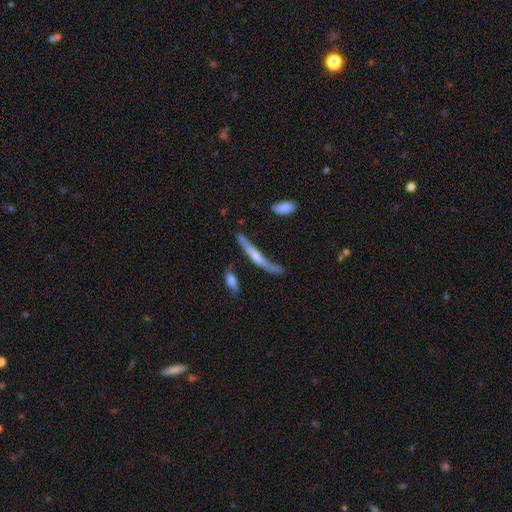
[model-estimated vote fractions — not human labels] Overall: featured or disk (57%; smooth 35%). Edge-on disk: yes (82%). Merging: none (52%; minor disturbance 27%).